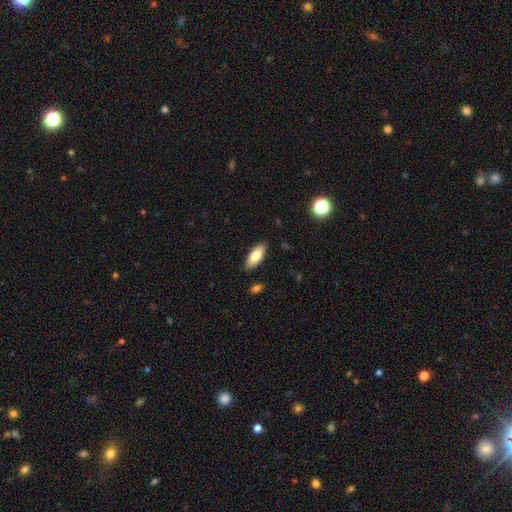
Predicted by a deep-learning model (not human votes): smooth 78%, featured or disk 15%, star or artifact 7%. Down the decision tree: how rounded — in between (79%); merging — none (87%).